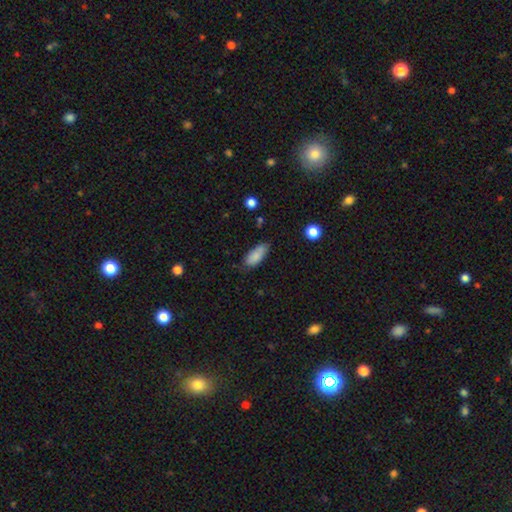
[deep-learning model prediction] The model was most divided on "merging": none: 68%, minor disturbance: 26%, major disturbance: 4%, merger: 2%. More confident: smooth or featured — smooth (84%); how rounded — in between (84%).